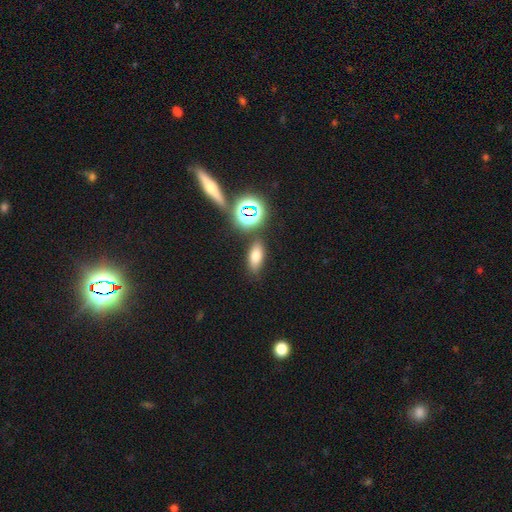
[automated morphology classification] Smooth or featured? smooth (69%)
How rounded? in between (76%)
Merging? none (80%)